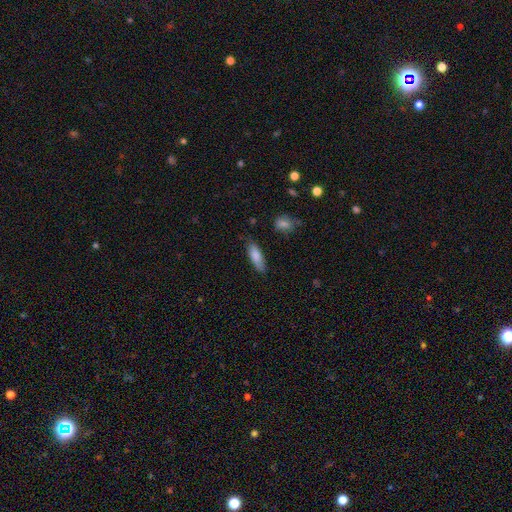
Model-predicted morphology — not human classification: smooth_or_featured: smooth (p=0.82) [alt: featured or disk p=0.11]
how_rounded: in between (p=0.54) [alt: cigar-shaped p=0.44]
merging: none (p=0.77) [alt: minor disturbance p=0.17]